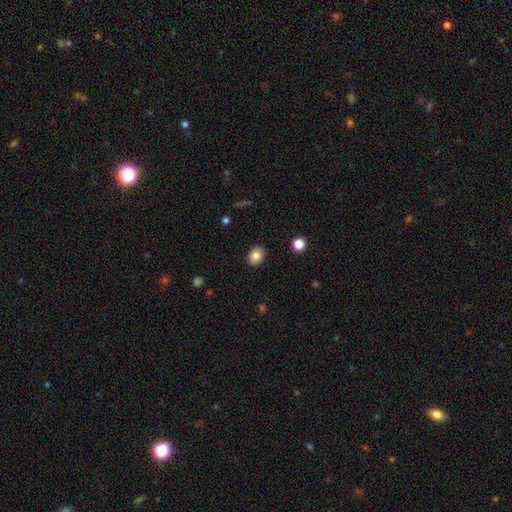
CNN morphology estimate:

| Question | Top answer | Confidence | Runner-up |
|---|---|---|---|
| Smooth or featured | smooth | 83% | star or artifact (9%) |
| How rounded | in between | 71% | round (28%) |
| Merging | none | 89% | minor disturbance (8%) |